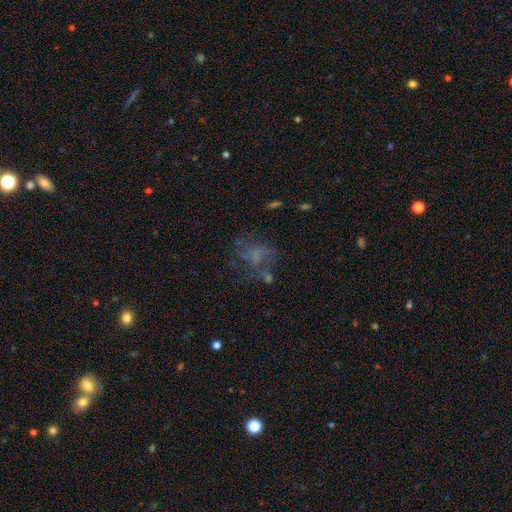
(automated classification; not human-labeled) This appears to be a featured or disk galaxy (47%). Merging: none (47%).